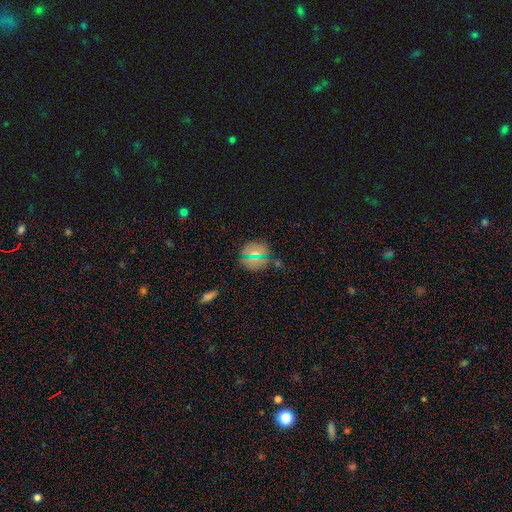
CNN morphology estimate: Smooth or featured? Predicted: smooth (p=0.61). How rounded? Predicted: round (p=0.69). Merging? Predicted: none (p=0.75).